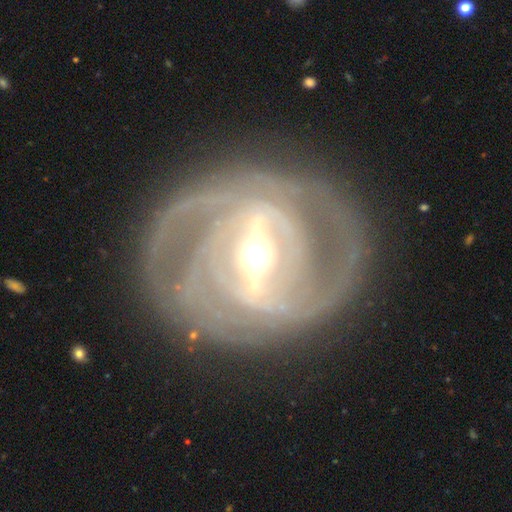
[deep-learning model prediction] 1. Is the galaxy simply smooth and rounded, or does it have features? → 90% featured or disk, 5% smooth, 4% star or artifact.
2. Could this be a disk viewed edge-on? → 94% no, 6% yes.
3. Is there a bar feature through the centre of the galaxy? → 74% strong, 20% weak, 6% no.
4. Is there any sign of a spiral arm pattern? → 92% yes, 8% no.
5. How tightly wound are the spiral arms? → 68% tight, 25% medium, 7% loose.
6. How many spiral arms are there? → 33% 2, 24% can't tell, 21% 3, 12% 4, 6% more than 4, 5% 1.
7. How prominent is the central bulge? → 63% moderate, 29% small, 6% large, 1% dominant, 1% none.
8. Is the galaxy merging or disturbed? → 79% none, 13% minor disturbance, 6% major disturbance, 1% merger.